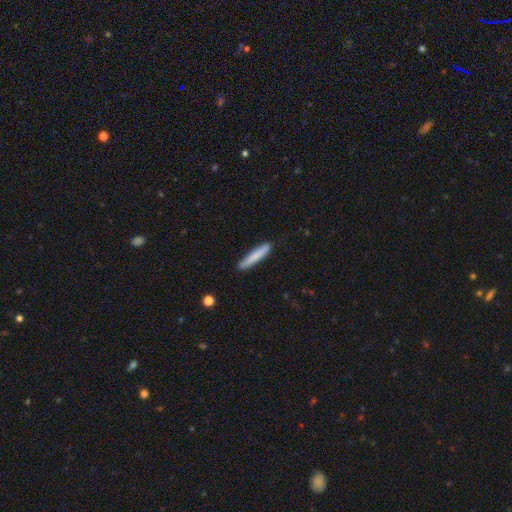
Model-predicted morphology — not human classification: This appears to be a smooth galaxy with no disk features (80%) that is cigar-shaped (94%). Merging: none (89%).